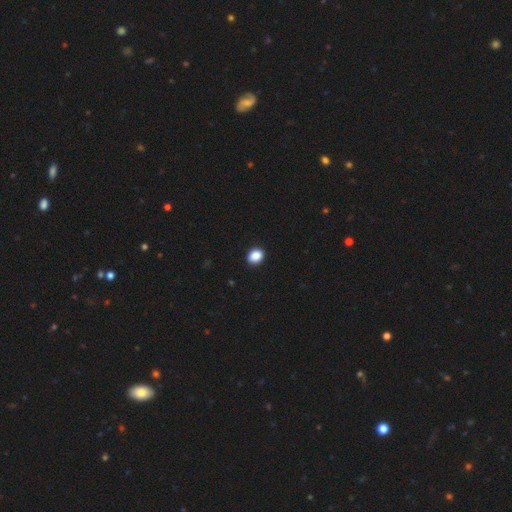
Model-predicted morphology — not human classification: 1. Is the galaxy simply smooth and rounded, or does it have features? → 88% smooth, 9% star or artifact, 3% featured or disk.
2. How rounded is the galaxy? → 55% in between, 44% round, 1% cigar-shaped.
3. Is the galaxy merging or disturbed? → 91% none, 6% minor disturbance, 1% major disturbance, 1% merger.